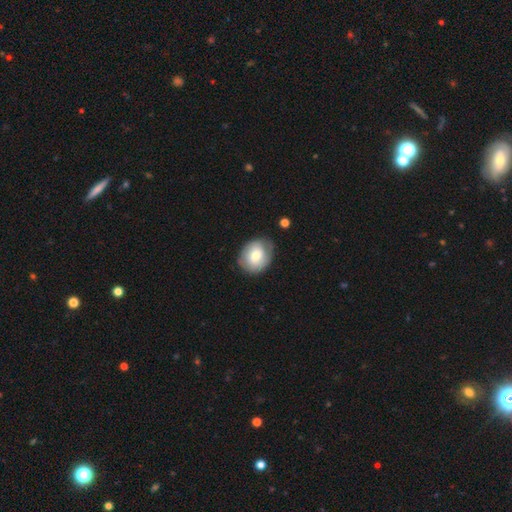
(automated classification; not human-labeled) smooth 65%, featured or disk 28%, star or artifact 7%. Down the decision tree: how rounded — round (59%); merging — none (72%).